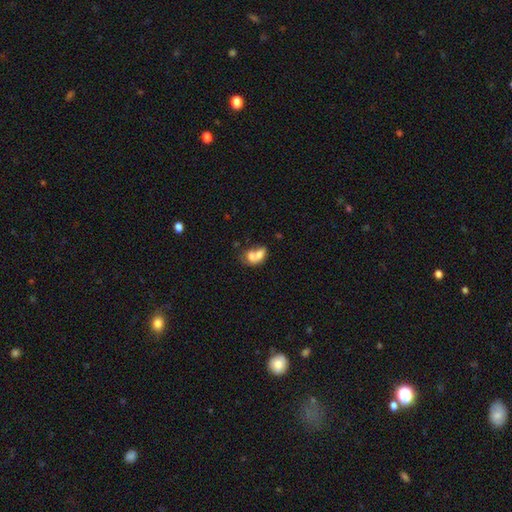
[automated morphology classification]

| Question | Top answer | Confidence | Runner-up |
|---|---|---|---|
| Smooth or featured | smooth | 64% | featured or disk (27%) |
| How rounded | in between | 73% | round (25%) |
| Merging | merger | 67% | none (17%) |